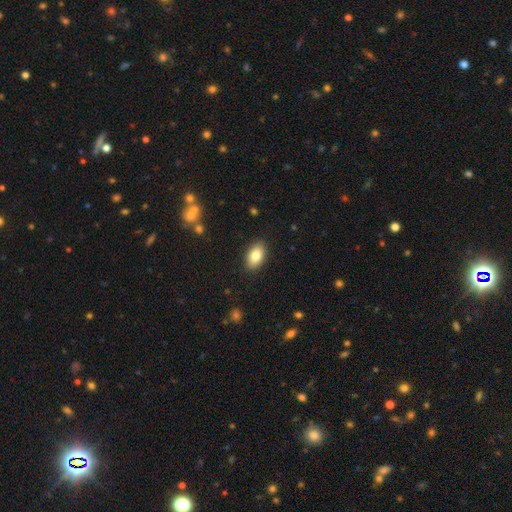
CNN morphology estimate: A smooth galaxy with no disk features (83%) that is in between round and cigar-shaped (93%). Merging: none (88%).